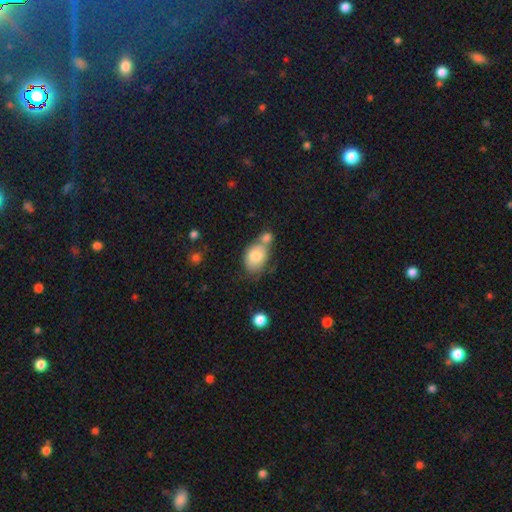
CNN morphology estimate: smooth 76%, featured or disk 16%, star or artifact 7%. Down the decision tree: how rounded — in between (73%); merging — merger (42%).